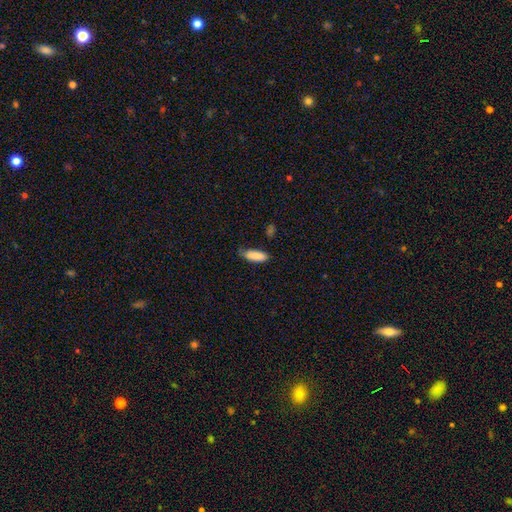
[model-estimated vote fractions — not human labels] Morphology: type=smooth (88%); roundness=in between (69%); merging=none (69%).